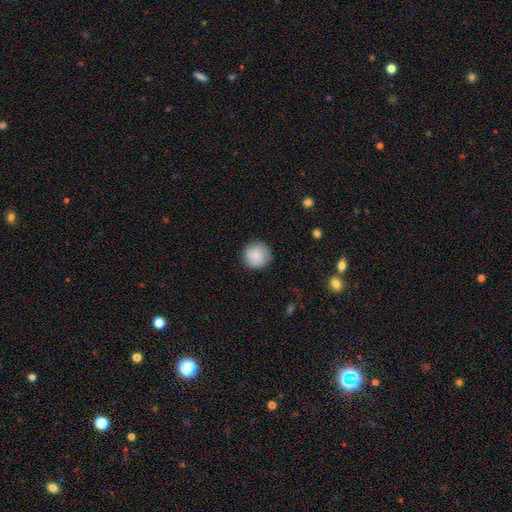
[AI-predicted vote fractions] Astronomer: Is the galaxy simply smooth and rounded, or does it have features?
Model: smooth — 86%.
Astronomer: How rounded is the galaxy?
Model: round — 95%.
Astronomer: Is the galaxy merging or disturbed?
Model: none — 88%.